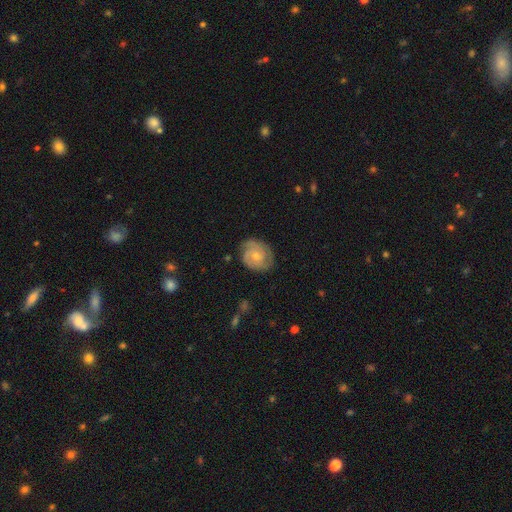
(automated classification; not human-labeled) Morphology: type=featured or disk (63%); edge-on=no (97%); bar=no (77%); spiral arms=yes (86%); winding=tight (56%); arm count=2 (39%); bulge=small (54%); merging=none (71%).